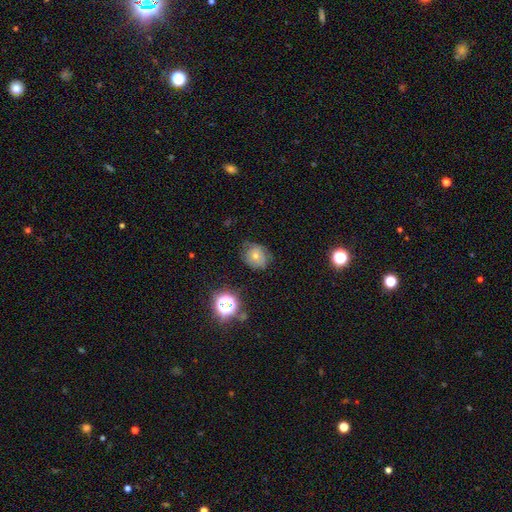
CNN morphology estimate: Smooth or featured?
  - smooth: 42% *
  - featured or disk: 38%
  - star or artifact: 21%
Merging?
  - none: 70% *
  - minor disturbance: 21%
  - major disturbance: 7%
  - merger: 1%